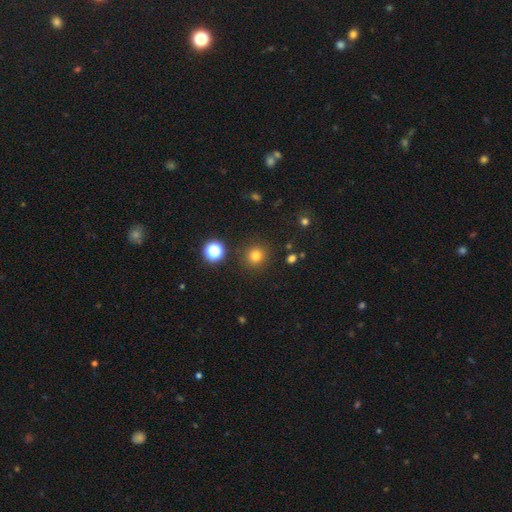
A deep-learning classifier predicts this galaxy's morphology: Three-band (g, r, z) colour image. It shows a smooth galaxy with no disk features (78%) that is round (93%). Merging: none (89%).